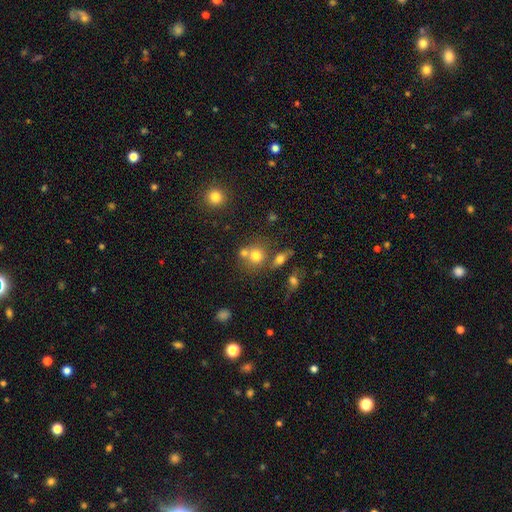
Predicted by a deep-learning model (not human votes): This is likely a smooth galaxy (72%). How rounded: clearly round (80%). Merging: possibly none (47%).